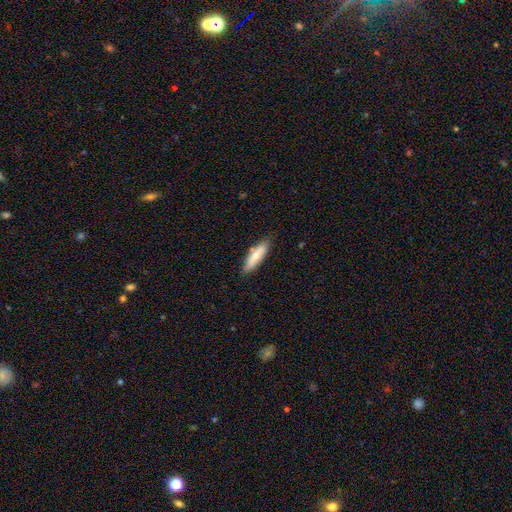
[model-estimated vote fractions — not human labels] This appears to be a smooth galaxy with no disk features (77%) that is cigar-shaped (64%). Merging: none (81%).